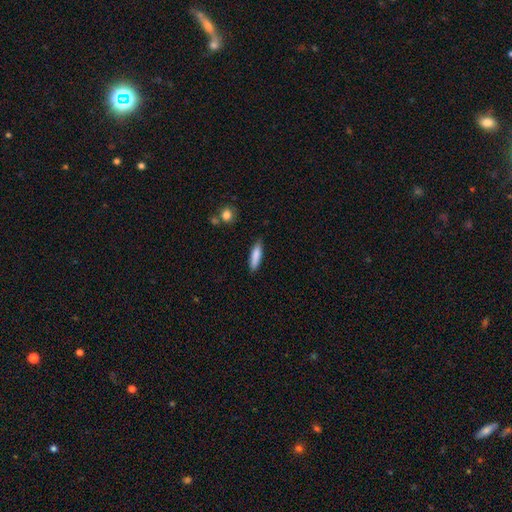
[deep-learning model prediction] A smooth galaxy with no disk features (83%) that is cigar-shaped (71%). Merging: none (83%).